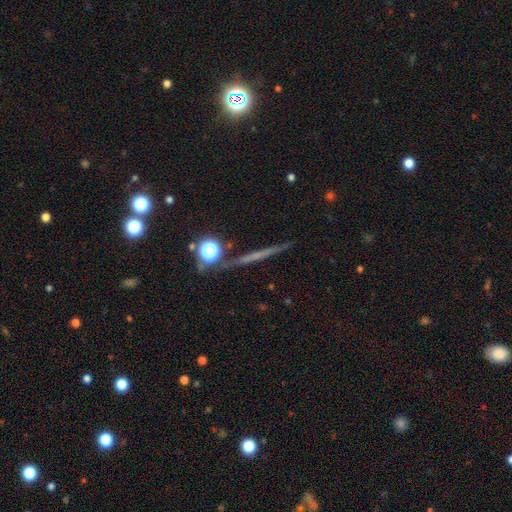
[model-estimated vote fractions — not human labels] Smooth or featured: featured or disk — 56% (smooth — 28%)
Edge-on disk: yes — 95% (no — 5%)
Edge-on bulge: none — 73% (rounded — 20%)
Merging: none — 87% (minor disturbance — 8%)